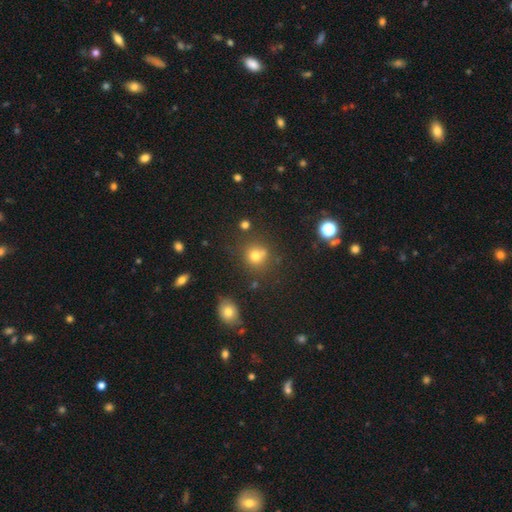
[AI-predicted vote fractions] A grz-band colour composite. It shows a smooth galaxy with no disk features (72%) that is round (84%). Merging: none (65%).